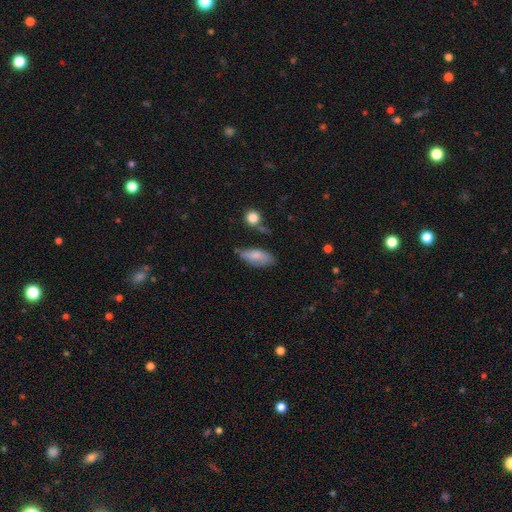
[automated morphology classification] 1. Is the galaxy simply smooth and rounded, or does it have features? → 73% smooth, 20% featured or disk, 7% star or artifact.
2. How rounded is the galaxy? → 84% in between, 13% cigar-shaped, 3% round.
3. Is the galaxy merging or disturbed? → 54% none, 31% minor disturbance, 8% major disturbance, 7% merger.